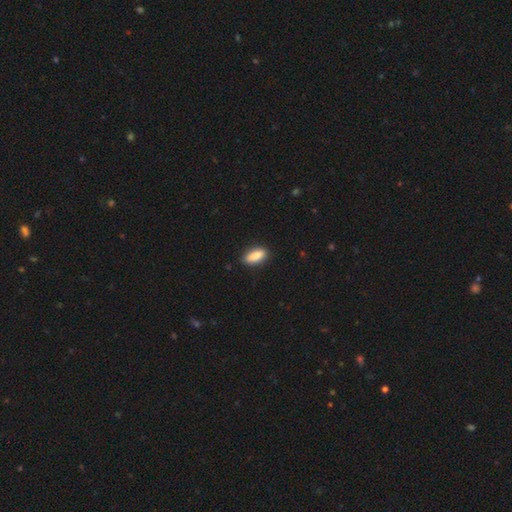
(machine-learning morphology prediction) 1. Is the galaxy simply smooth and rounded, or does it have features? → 87% smooth, 7% star or artifact, 6% featured or disk.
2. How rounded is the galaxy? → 82% in between, 15% cigar-shaped, 3% round.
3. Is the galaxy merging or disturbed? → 84% none, 12% minor disturbance, 2% major disturbance, 1% merger.